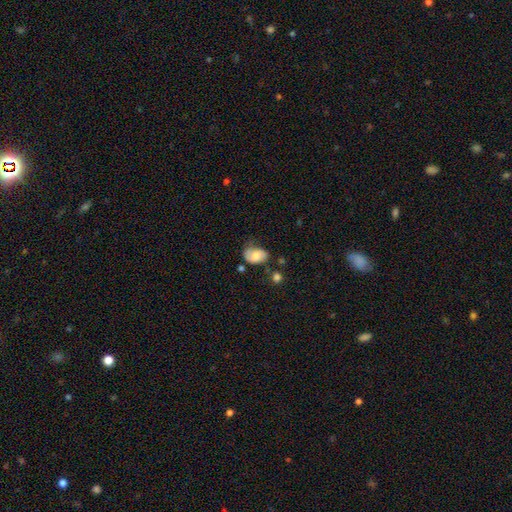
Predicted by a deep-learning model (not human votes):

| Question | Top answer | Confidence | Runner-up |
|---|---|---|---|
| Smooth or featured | smooth | 65% | featured or disk (27%) |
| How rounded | in between | 83% | round (16%) |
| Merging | none | 44% | minor disturbance (36%) |